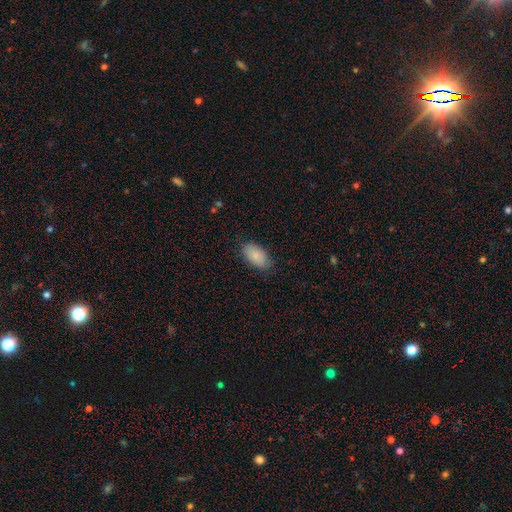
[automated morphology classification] smooth-or-featured: smooth: 83% | featured or disk: 10% | star or artifact: 7%
  how-rounded: in between: 94% | round: 5% | cigar-shaped: 2%
  merging: none: 80% | minor disturbance: 16% | major disturbance: 3% | merger: 1%